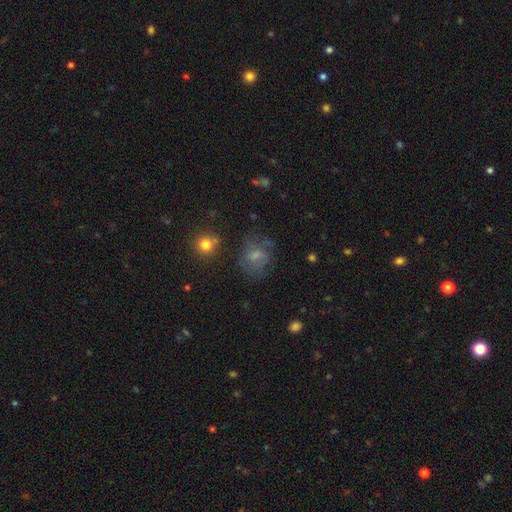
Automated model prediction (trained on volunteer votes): The model was most divided on "how rounded": round: 52%, in between: 46%, cigar-shaped: 1%. More confident: smooth or featured — smooth (54%); merging — none (51%).